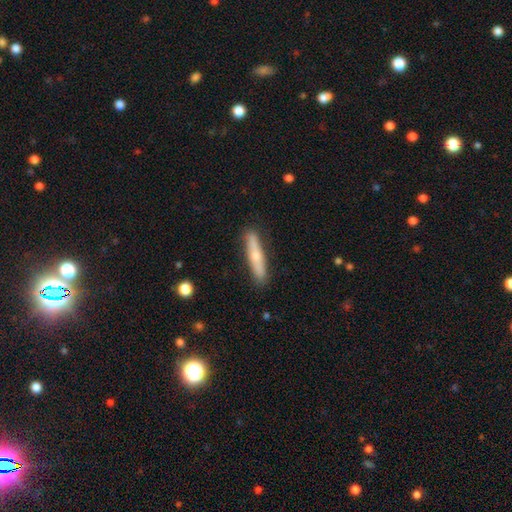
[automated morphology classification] A smooth galaxy with no disk features (51%) that is cigar-shaped (89%). Merging: none (87%).